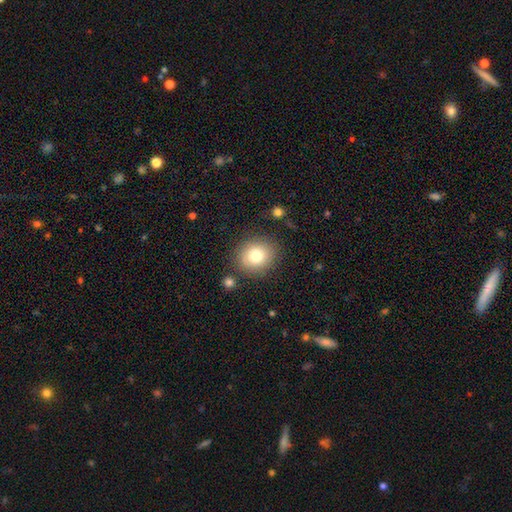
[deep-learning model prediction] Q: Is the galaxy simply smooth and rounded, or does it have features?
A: smooth — 79%.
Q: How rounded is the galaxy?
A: round — 78%.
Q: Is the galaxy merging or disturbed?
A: none — 83%.